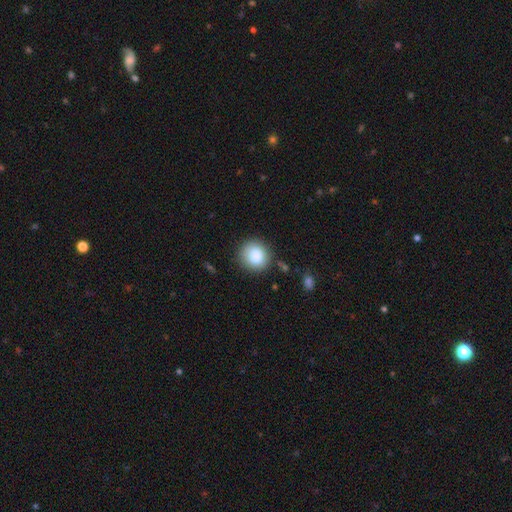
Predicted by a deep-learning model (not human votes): This appears to be a smooth galaxy with no disk features (83%) that is round (91%). Merging: none (87%).